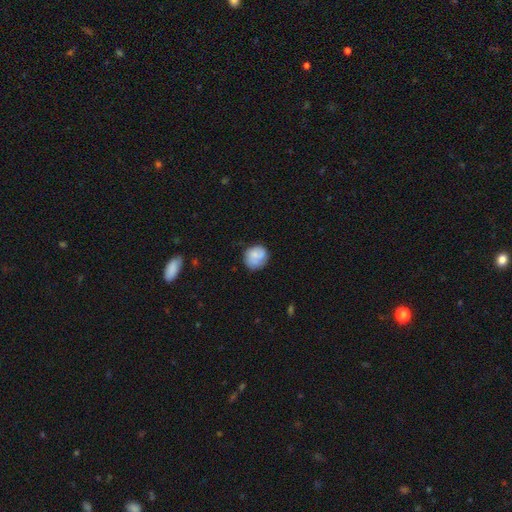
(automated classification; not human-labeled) This is likely a smooth galaxy (63%). How rounded: likely round (77%). Merging: likely none (64%).